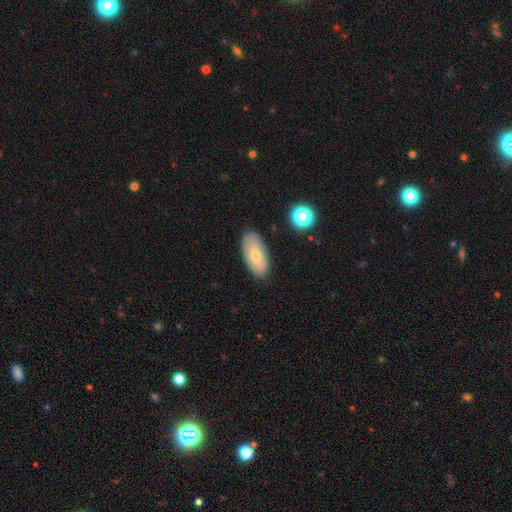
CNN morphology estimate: Smooth or featured? Predicted: smooth (p=0.64). How rounded? Predicted: in between (p=0.92). Merging? Predicted: none (p=0.82).